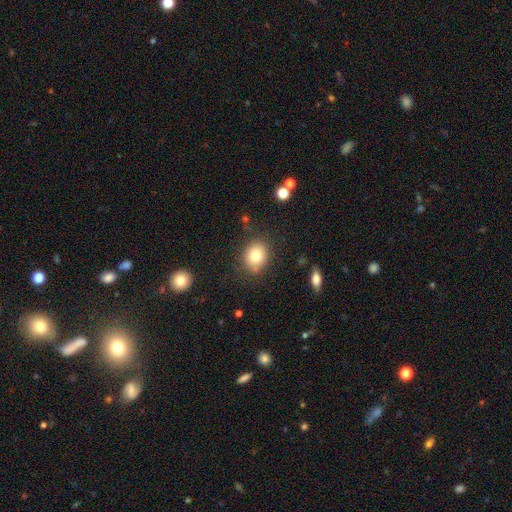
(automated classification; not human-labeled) Smooth or featured?
  - smooth: 79% *
  - featured or disk: 11%
  - star or artifact: 11%
How rounded?
  - round: 62% *
  - in between: 37%
  - cigar-shaped: 1%
Merging?
  - none: 79% *
  - minor disturbance: 15%
  - major disturbance: 4%
  - merger: 2%